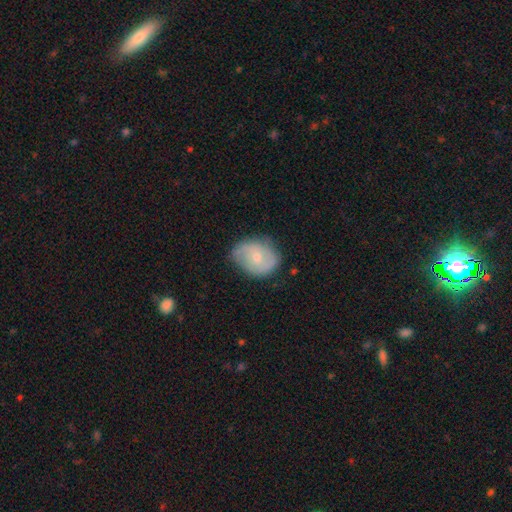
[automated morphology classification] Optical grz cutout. It shows a featured or disk galaxy (48%). Merging: none (64%).